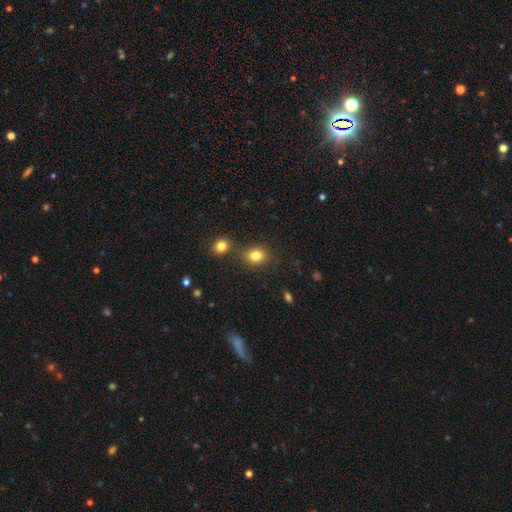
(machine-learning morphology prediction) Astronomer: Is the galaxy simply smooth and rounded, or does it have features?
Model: smooth — 82%.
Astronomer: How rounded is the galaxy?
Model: round — 57% (runner-up: in between, 42%).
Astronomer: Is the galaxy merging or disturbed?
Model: none — 73%.